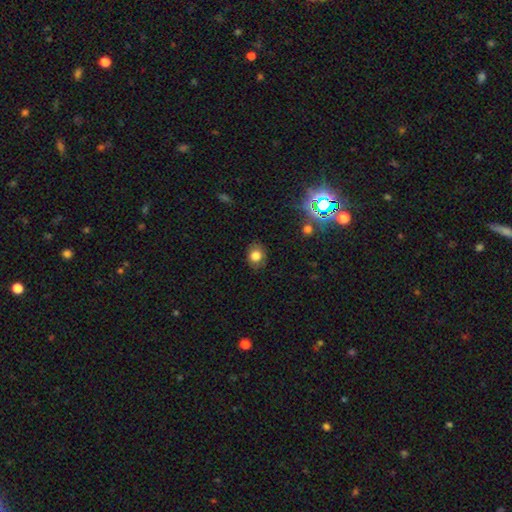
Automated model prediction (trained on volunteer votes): smooth 79%, star or artifact 13%, featured or disk 8%. Down the decision tree: how rounded — round (60%); merging — none (84%).